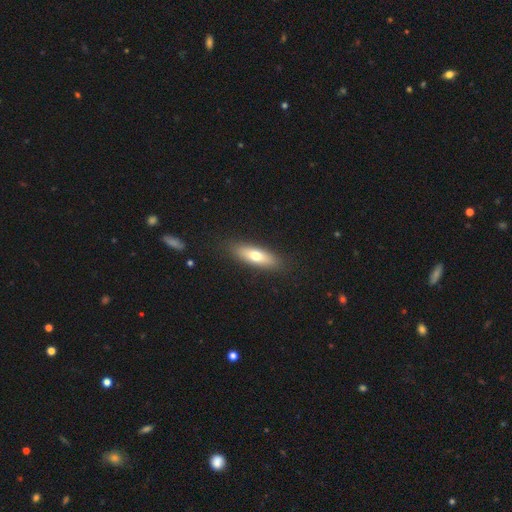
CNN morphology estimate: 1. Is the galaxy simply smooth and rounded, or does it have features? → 67% smooth, 26% featured or disk, 6% star or artifact.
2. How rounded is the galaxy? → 51% in between, 46% cigar-shaped, 3% round.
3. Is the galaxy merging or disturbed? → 87% none, 9% minor disturbance, 2% major disturbance, 1% merger.